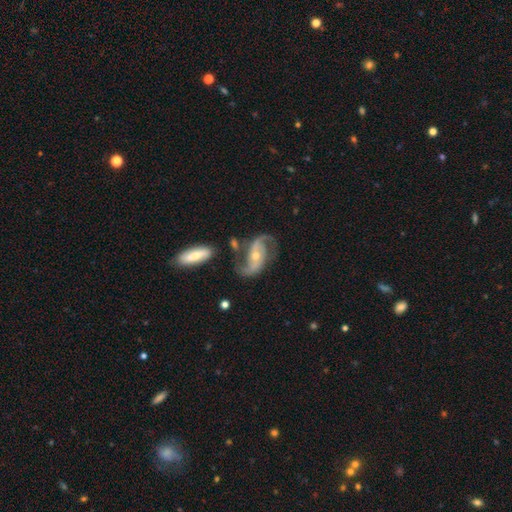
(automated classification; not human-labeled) The model was most divided on "bulge size": small: 48%, moderate: 47%, large: 2%, none: 1%, dominant: 1%. Remaining: spiral arms — yes (97%); edge-on disk — no (96%); spiral arm count — 2 (92%); smooth or featured — featured or disk (89%); merging — none (66%); spiral winding — loose (50%); bar — no (47%).